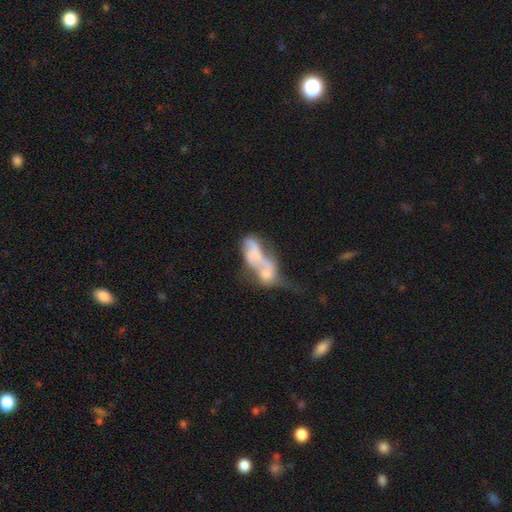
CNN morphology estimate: type=featured or disk (46%); merging=merger (66%).